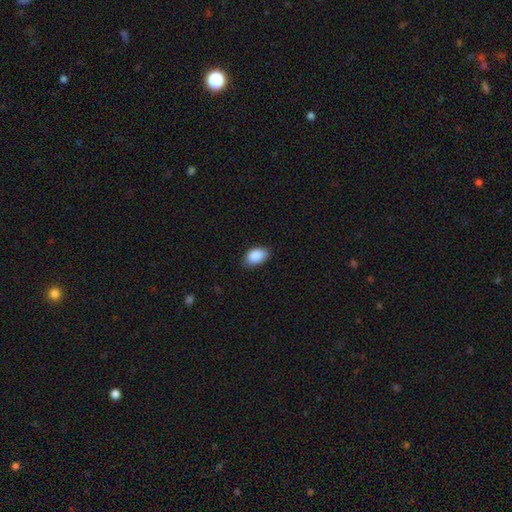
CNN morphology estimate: A smooth galaxy with no disk features (90%) that is in between round and cigar-shaped (91%).

Vote fractions:
- Smooth or featured? smooth: 90% / star or artifact: 7% / featured or disk: 4%
- How rounded? in between: 91% / round: 8% / cigar-shaped: 1%
- Merging? none: 82% / minor disturbance: 15% / major disturbance: 2% / merger: 1%